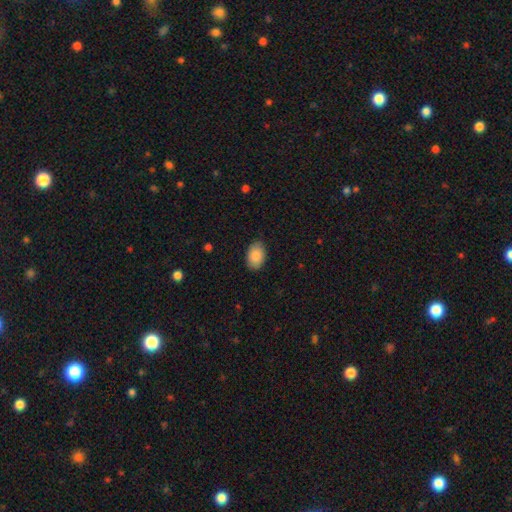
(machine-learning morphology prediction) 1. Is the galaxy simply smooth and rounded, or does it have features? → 88% smooth, 6% star or artifact, 6% featured or disk.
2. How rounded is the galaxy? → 89% in between, 10% round, 1% cigar-shaped.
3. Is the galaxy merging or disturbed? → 85% none, 12% minor disturbance, 2% major disturbance, 1% merger.